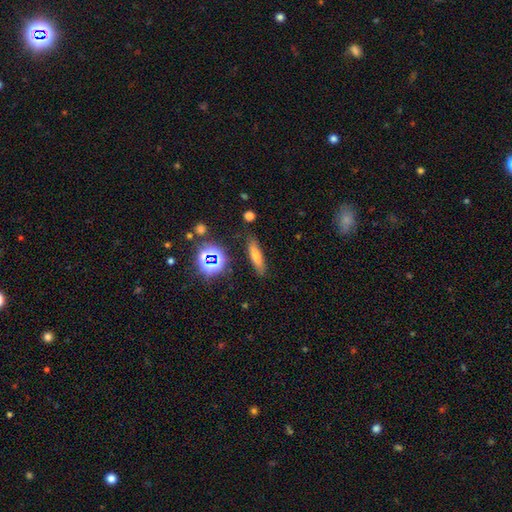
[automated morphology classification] smooth-or-featured: smooth: 62% | featured or disk: 21% | star or artifact: 16%
  how-rounded: cigar-shaped: 66% | in between: 29% | round: 5%
  merging: none: 83% | minor disturbance: 11% | major disturbance: 3% | merger: 3%